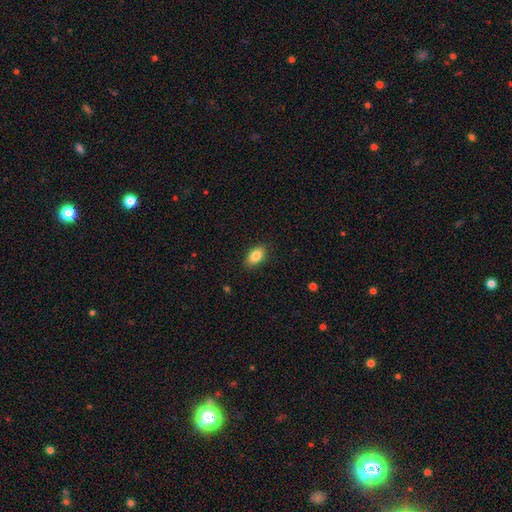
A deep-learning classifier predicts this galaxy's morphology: smooth 86%, star or artifact 8%, featured or disk 7%. Down the decision tree: how rounded — in between (91%); merging — none (88%).